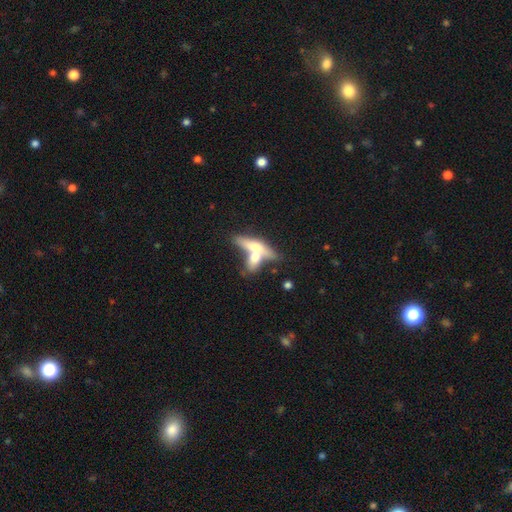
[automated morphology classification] Smooth or featured: smooth — 53% (featured or disk — 41%)
How rounded: cigar-shaped — 52% (in between — 42%)
Merging: merger — 64% (none — 24%)